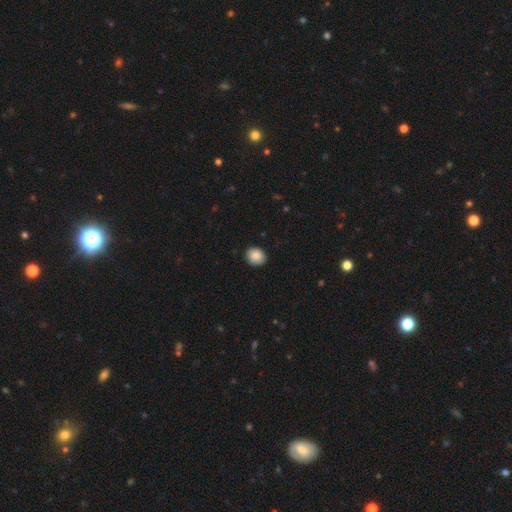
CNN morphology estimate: A smooth galaxy with no disk features (88%) that is round (71%). Merging: none (87%).